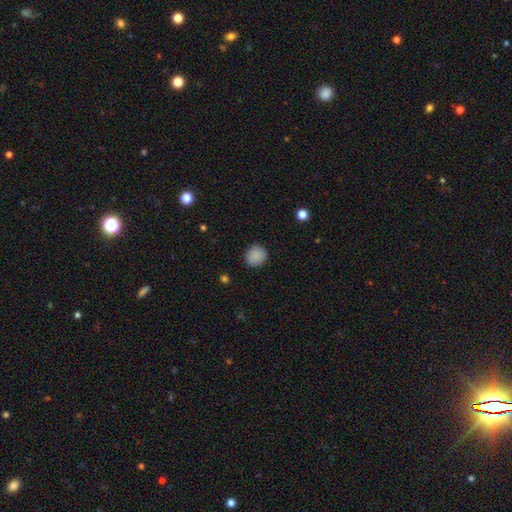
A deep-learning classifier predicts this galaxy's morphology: This appears to be a smooth galaxy with no disk features (88%) that is round (87%). Merging: none (89%).